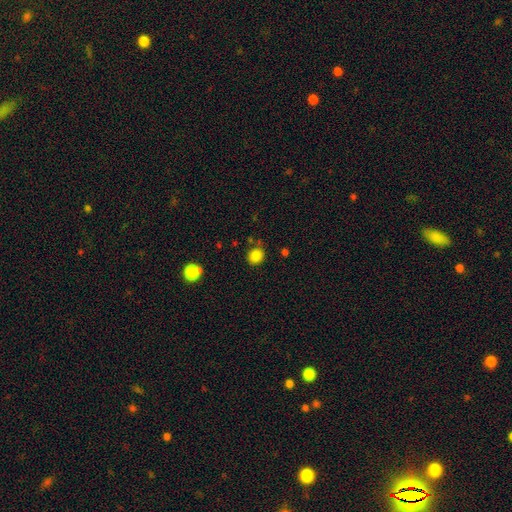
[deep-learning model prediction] Smooth or featured?
  - smooth: 85% *
  - star or artifact: 11%
  - featured or disk: 4%
How rounded?
  - round: 79% *
  - in between: 20%
  - cigar-shaped: 1%
Merging?
  - none: 79% *
  - minor disturbance: 13%
  - merger: 4%
  - major disturbance: 3%